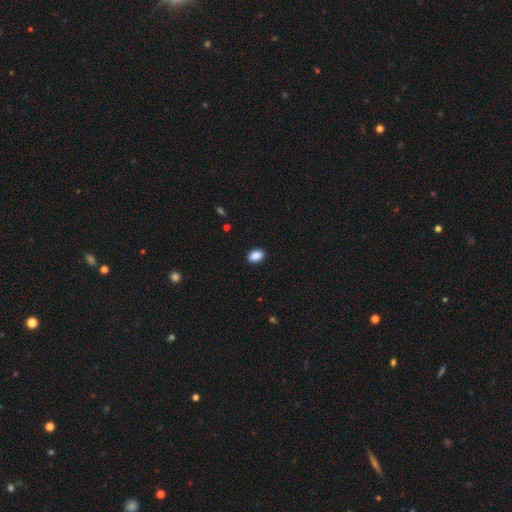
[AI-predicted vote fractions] Morphology: type=smooth (89%); roundness=in between (85%); merging=none (90%).